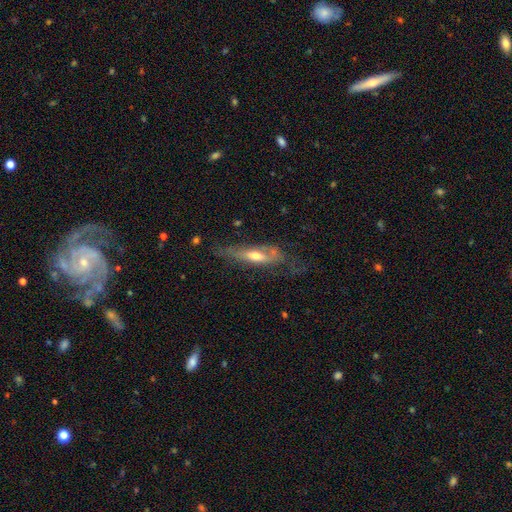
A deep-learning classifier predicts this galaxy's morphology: Smooth or featured?
  - featured or disk: 56% *
  - smooth: 38%
  - star or artifact: 7%
Edge-on disk?
  - yes: 61% *
  - no: 39%
Merging?
  - none: 46% *
  - minor disturbance: 29%
  - major disturbance: 22%
  - merger: 4%